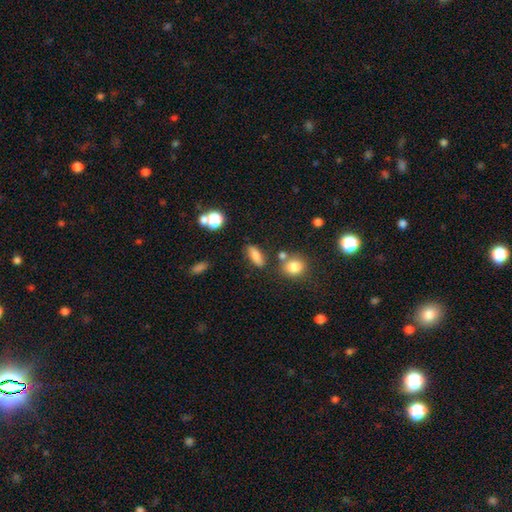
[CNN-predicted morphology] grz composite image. It shows a smooth galaxy with no disk features (78%) that is in between round and cigar-shaped (61%). Merging: none (76%).